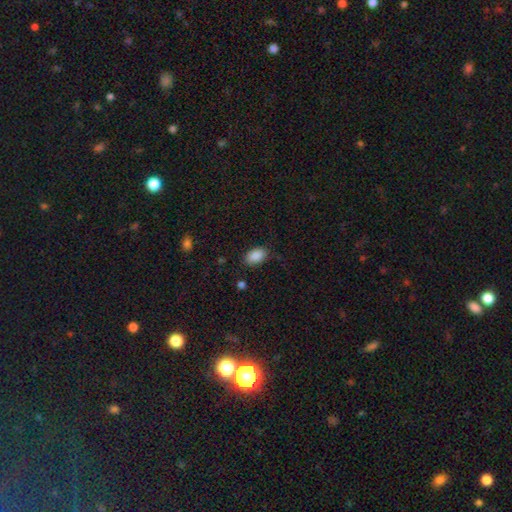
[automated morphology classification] smooth_or_featured: smooth (p=0.89) [alt: star or artifact p=0.08]
how_rounded: in between (p=0.89) [alt: round p=0.09]
merging: none (p=0.81) [alt: minor disturbance p=0.14]